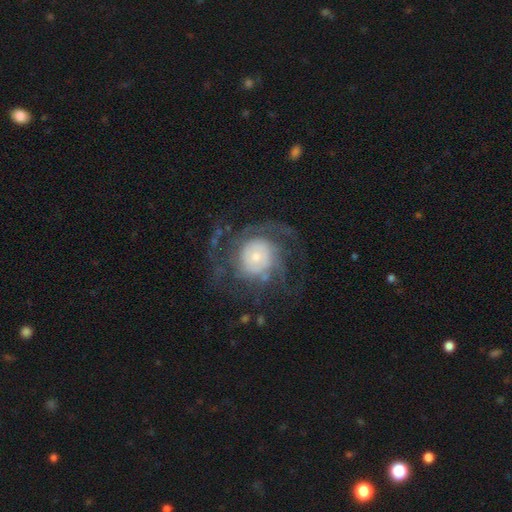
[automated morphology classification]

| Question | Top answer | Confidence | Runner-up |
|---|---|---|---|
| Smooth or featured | featured or disk | 76% | smooth (17%) |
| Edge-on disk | no | 97% | yes (3%) |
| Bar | no | 79% | weak (17%) |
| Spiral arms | yes | 87% | no (13%) |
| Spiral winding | tight | 49% | medium (33%) |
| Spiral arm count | can't tell | 36% | 2 (23%) |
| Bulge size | small | 46% | moderate (32%) |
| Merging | none | 62% | major disturbance (21%) |